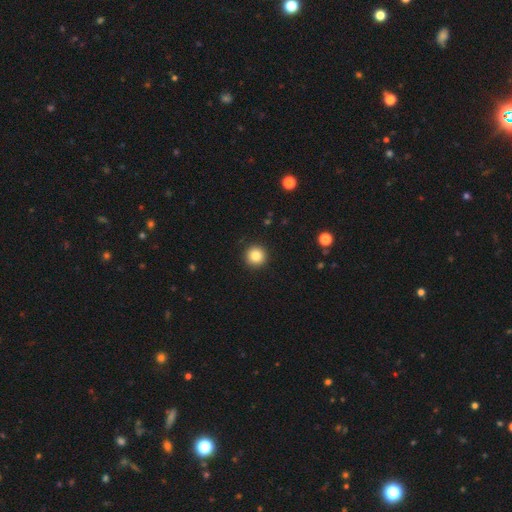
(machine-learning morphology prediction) type=smooth (84%); roundness=round (95%); merging=none (92%).